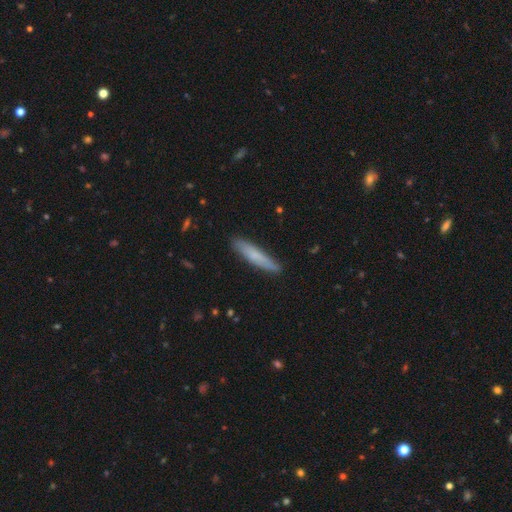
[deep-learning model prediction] smooth 69%, featured or disk 25%, star or artifact 6%. Down the decision tree: how rounded — cigar-shaped (90%); merging — none (86%).